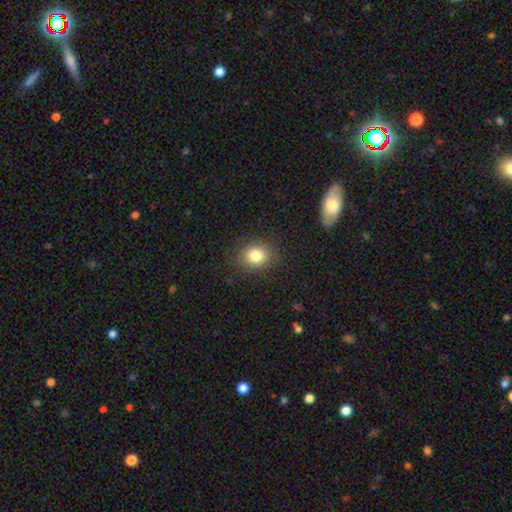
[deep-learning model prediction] Overall: smooth (81%). How rounded: round (68%; in between 31%). Merging: none (87%).